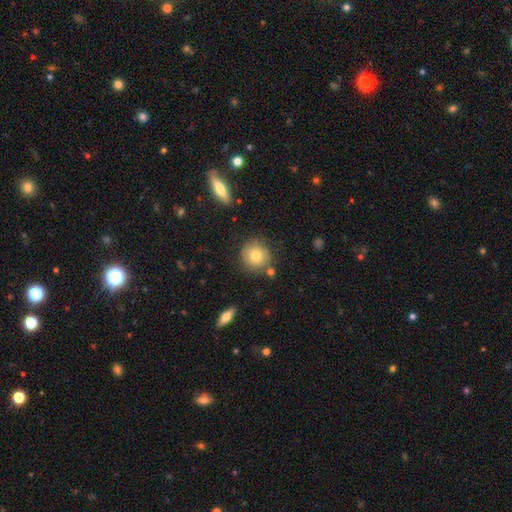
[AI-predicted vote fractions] A smooth galaxy with no disk features (76%) that is round (91%).

Vote fractions:
- Smooth or featured? smooth: 76% / featured or disk: 13% / star or artifact: 10%
- How rounded? round: 91% / in between: 8% / cigar-shaped: 1%
- Merging? none: 82% / minor disturbance: 11% / merger: 4% / major disturbance: 3%